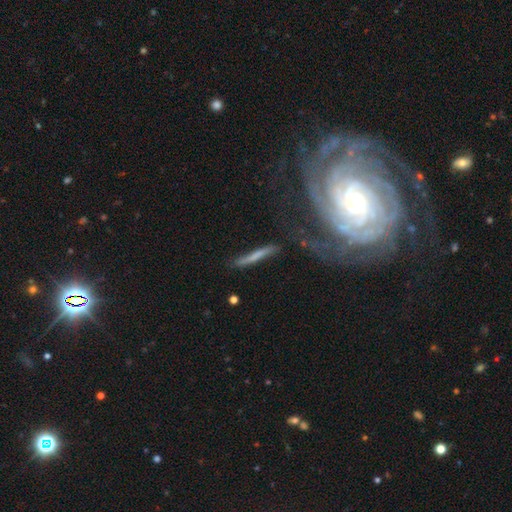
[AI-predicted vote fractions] Smooth or featured? Predicted: smooth (p=0.54). How rounded? Predicted: cigar-shaped (p=0.94). Merging? Predicted: none (p=0.69).